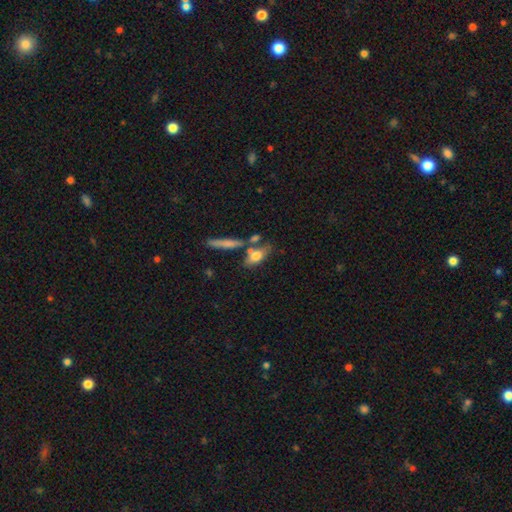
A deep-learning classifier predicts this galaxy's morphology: A smooth galaxy with no disk features (69%) that is in between round and cigar-shaped (67%).

Vote fractions:
- Smooth or featured? smooth: 69% / featured or disk: 24% / star or artifact: 8%
- How rounded? in between: 67% / cigar-shaped: 27% / round: 6%
- Merging? none: 53% / merger: 27% / minor disturbance: 14% / major disturbance: 6%